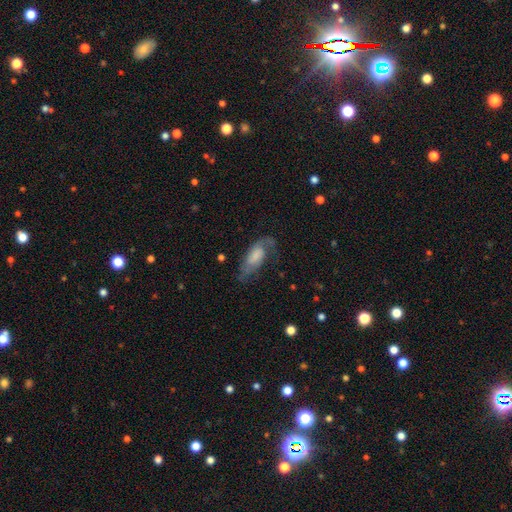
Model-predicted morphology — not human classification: Smooth or featured?
  - featured or disk: 59% *
  - smooth: 33%
  - star or artifact: 7%
Edge-on disk?
  - no: 90% *
  - yes: 10%
Bar?
  - no: 56% *
  - weak: 35%
  - strong: 9%
Spiral arms?
  - yes: 87% *
  - no: 13%
Bulge size?
  - none: 31% *
  - small: 23%
  - large: 21%
  - moderate: 21%
  - dominant: 4%
Merging?
  - none: 52% *
  - minor disturbance: 25%
  - major disturbance: 22%
  - merger: 2%